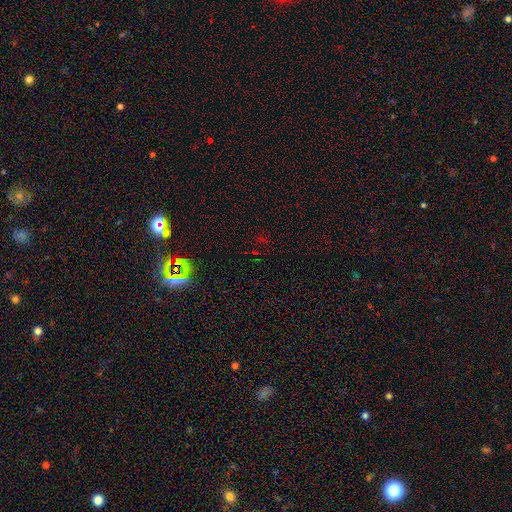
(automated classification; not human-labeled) The model was most divided on "smooth or featured": star or artifact: 73%, smooth: 19%, featured or disk: 8%.